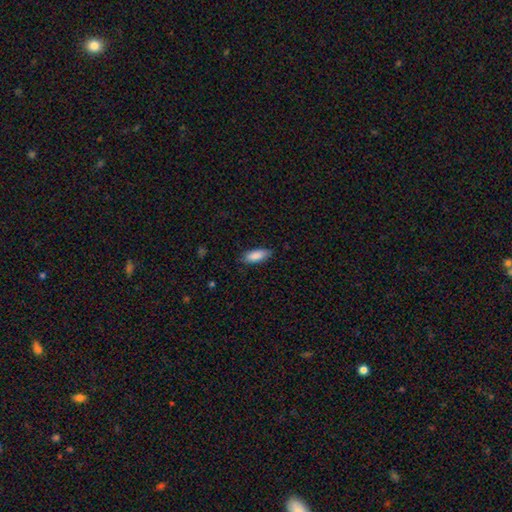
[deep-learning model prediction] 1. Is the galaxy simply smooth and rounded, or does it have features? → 88% smooth, 6% star or artifact, 6% featured or disk.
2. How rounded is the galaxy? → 76% in between, 23% cigar-shaped, 2% round.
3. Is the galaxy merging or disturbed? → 83% none, 14% minor disturbance, 2% major disturbance, 1% merger.